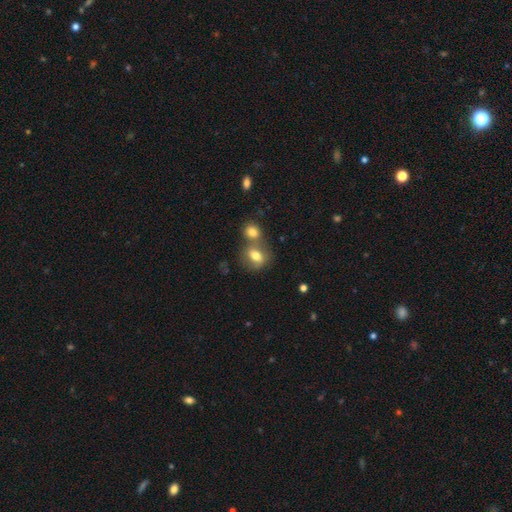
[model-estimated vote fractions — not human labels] This is likely a smooth galaxy (75%). How rounded: possibly in between (54%). Merging: marginally none (43%).